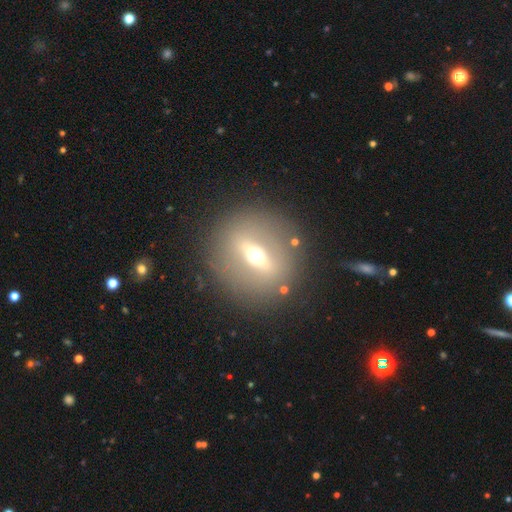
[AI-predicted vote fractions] Q: Smooth or featured?
A: featured or disk (63%); runner-up: smooth (27%)
Q: Edge-on disk?
A: no (51%); runner-up: yes (49%)
Q: Merging?
A: none (86%); runner-up: minor disturbance (8%)